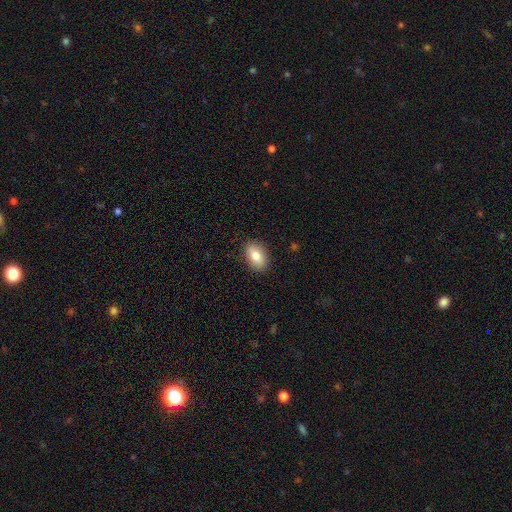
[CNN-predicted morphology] type=smooth (80%); roundness=in between (88%); merging=none (88%).